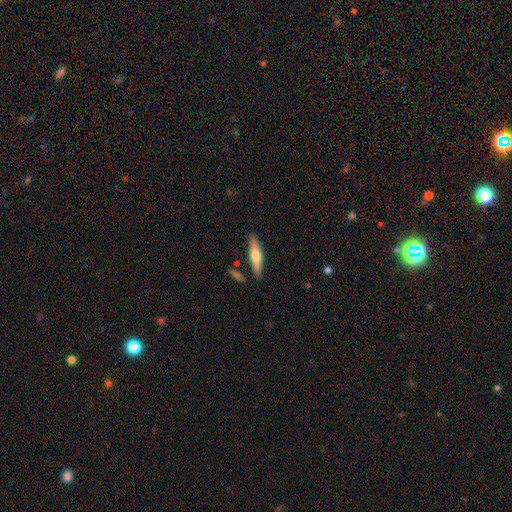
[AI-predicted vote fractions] A smooth galaxy with no disk features (53%) that is cigar-shaped (77%).

Vote fractions:
- Smooth or featured? smooth: 53% / featured or disk: 42% / star or artifact: 5%
- How rounded? cigar-shaped: 77% / in between: 21% / round: 2%
- Merging? none: 84% / minor disturbance: 9% / merger: 4% / major disturbance: 2%